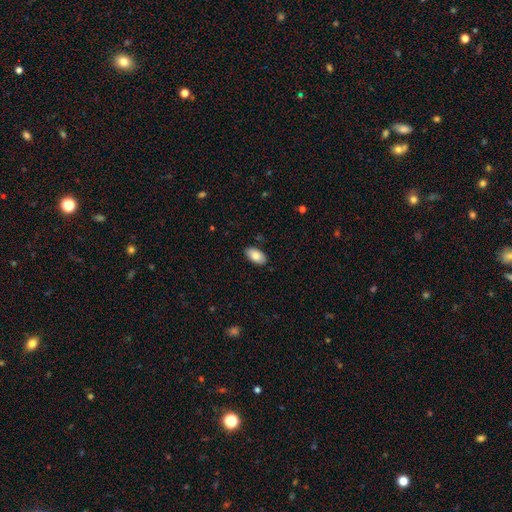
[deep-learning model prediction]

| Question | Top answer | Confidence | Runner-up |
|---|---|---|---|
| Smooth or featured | smooth | 82% | featured or disk (11%) |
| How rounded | in between | 95% | round (3%) |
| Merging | none | 87% | minor disturbance (10%) |